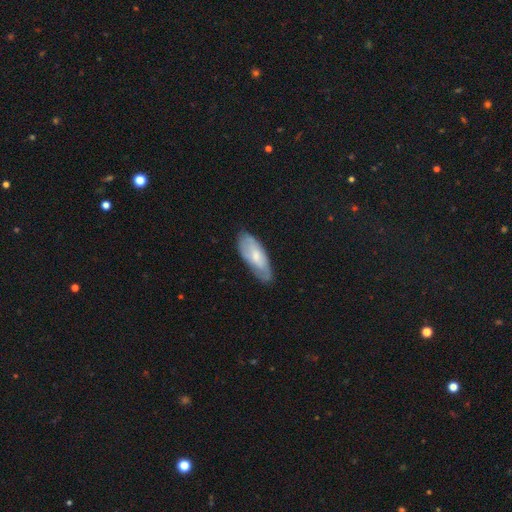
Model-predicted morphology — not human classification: This is possibly a smooth galaxy (56%). How rounded: likely in between (74%). Merging: likely none (70%).